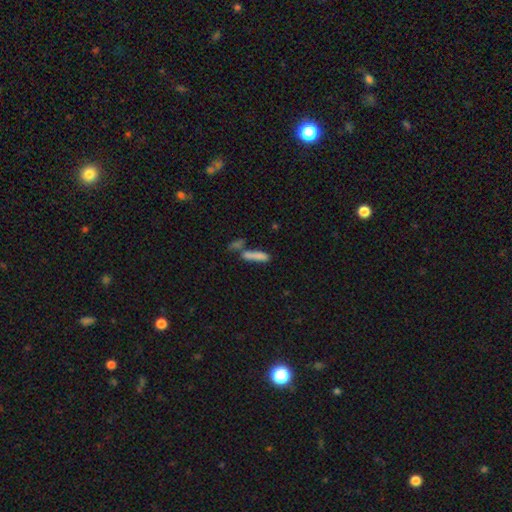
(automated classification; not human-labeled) Q: Smooth or featured?
A: smooth (76%); runner-up: featured or disk (14%)
Q: How rounded?
A: cigar-shaped (74%); runner-up: in between (23%)
Q: Merging?
A: none (41%); runner-up: merger (40%)